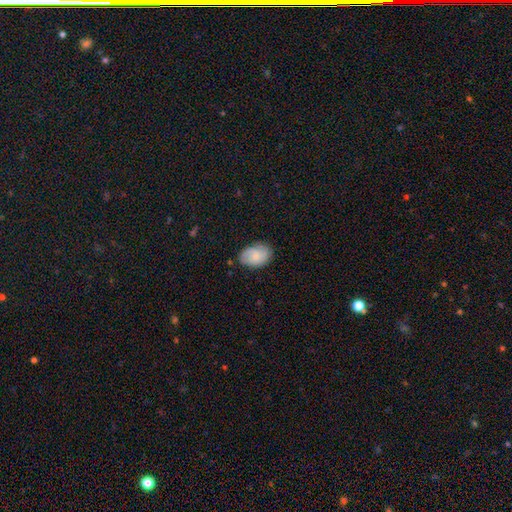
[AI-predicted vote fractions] A smooth galaxy with no disk features (69%) that is in between round and cigar-shaped (86%). Merging: none (73%).